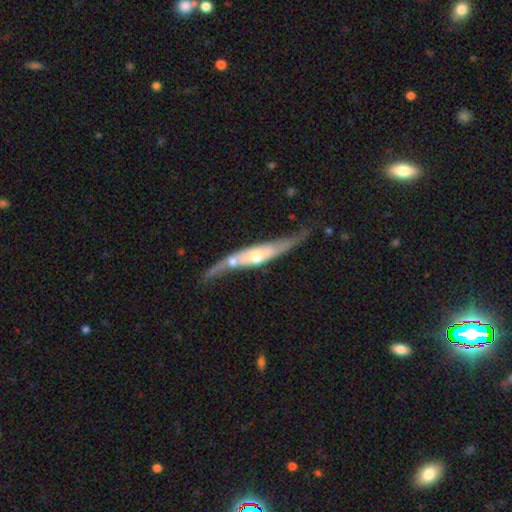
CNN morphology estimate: A featured or disk galaxy (71%) viewed edge-on (75%) with a rounded central bulge (76%). Merging: none (51%).